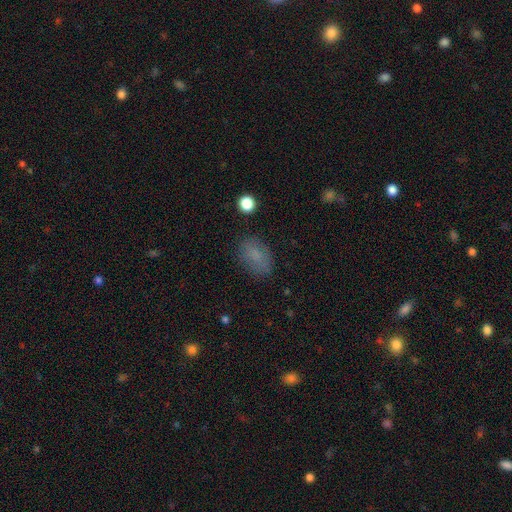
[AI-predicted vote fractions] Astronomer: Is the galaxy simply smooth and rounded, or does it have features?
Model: smooth — 80%.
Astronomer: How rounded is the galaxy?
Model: in between — 86%.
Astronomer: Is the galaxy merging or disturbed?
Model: none — 79%.